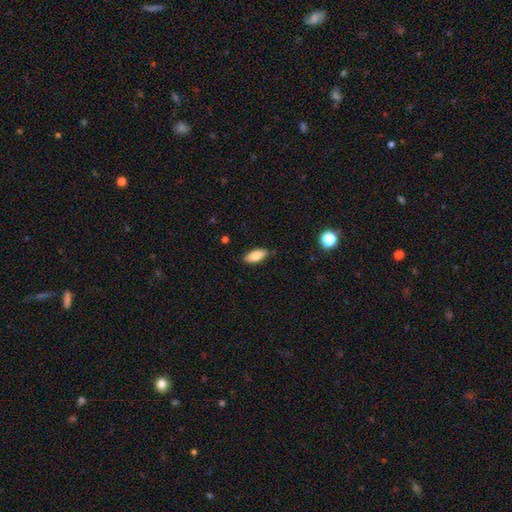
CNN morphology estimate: Smooth or featured: smooth — 79% (featured or disk — 14%)
How rounded: in between — 84% (cigar-shaped — 14%)
Merging: none — 83% (minor disturbance — 13%)